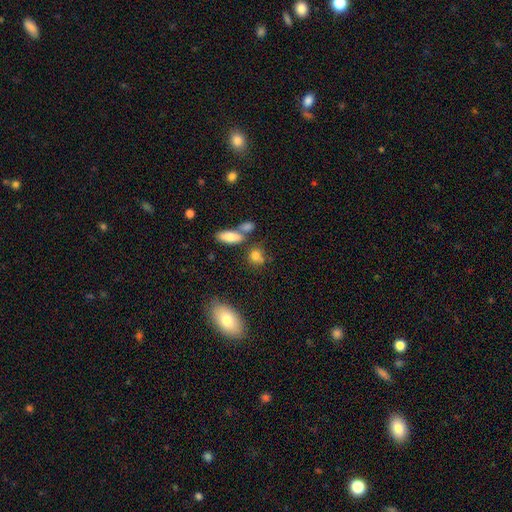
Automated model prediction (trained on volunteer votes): This appears to be a smooth galaxy with no disk features (78%) that is round (53%). Merging: none (53%).